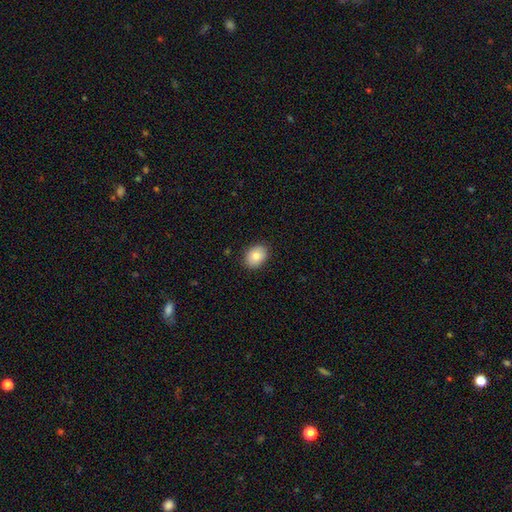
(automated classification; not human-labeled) smooth-or-featured: smooth: 83% | featured or disk: 9% | star or artifact: 8%
  how-rounded: in between: 59% | round: 40% | cigar-shaped: 1%
  merging: none: 87% | minor disturbance: 10% | major disturbance: 2% | merger: 1%